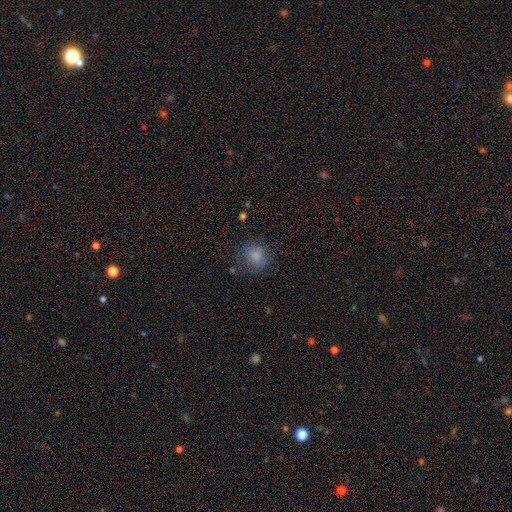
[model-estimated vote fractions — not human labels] Smooth or featured? Predicted: smooth (p=0.75). How rounded? Predicted: round (p=0.78). Merging? Predicted: none (p=0.66).